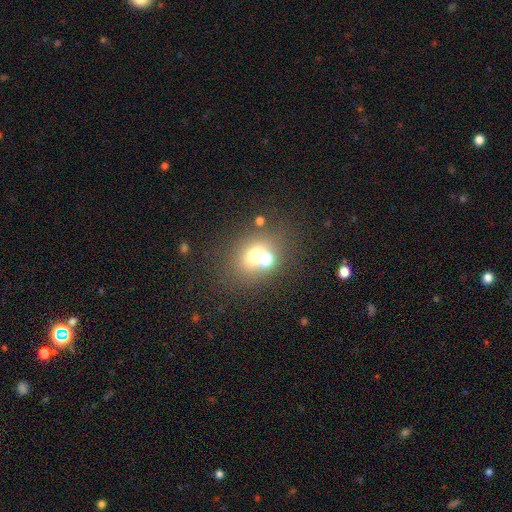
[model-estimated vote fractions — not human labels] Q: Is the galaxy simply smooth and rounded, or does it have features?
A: smooth — 62%.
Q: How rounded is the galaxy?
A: round — 61%.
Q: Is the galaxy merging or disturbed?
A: none — 44%.